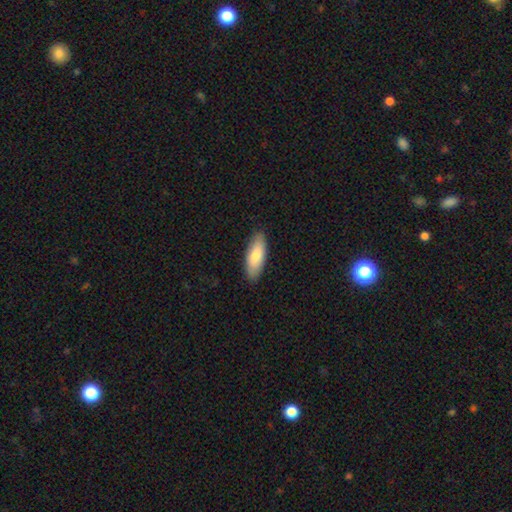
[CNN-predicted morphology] This is likely a smooth galaxy (79%). How rounded: likely in between (71%). Merging: clearly none (87%).